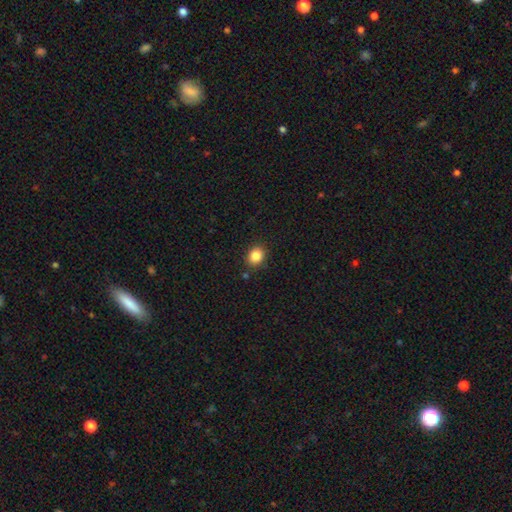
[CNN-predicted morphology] Q: Smooth or featured?
A: smooth (85%); runner-up: star or artifact (10%)
Q: How rounded?
A: round (59%); runner-up: in between (40%)
Q: Merging?
A: none (86%); runner-up: minor disturbance (9%)